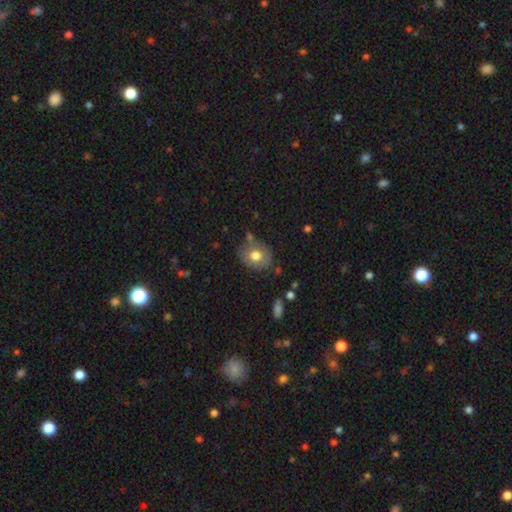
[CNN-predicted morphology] smooth_or_featured: smooth (p=0.69) [alt: featured or disk p=0.23]
how_rounded: round (p=0.54) [alt: in between p=0.45]
merging: none (p=0.72) [alt: minor disturbance p=0.18]